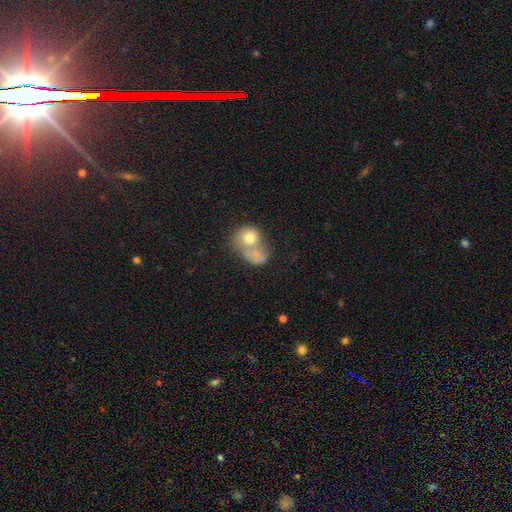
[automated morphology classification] Smooth or featured?
  - smooth: 73% *
  - featured or disk: 19%
  - star or artifact: 9%
How rounded?
  - round: 54% *
  - in between: 45%
  - cigar-shaped: 1%
Merging?
  - merger: 66% *
  - none: 17%
  - major disturbance: 9%
  - minor disturbance: 8%